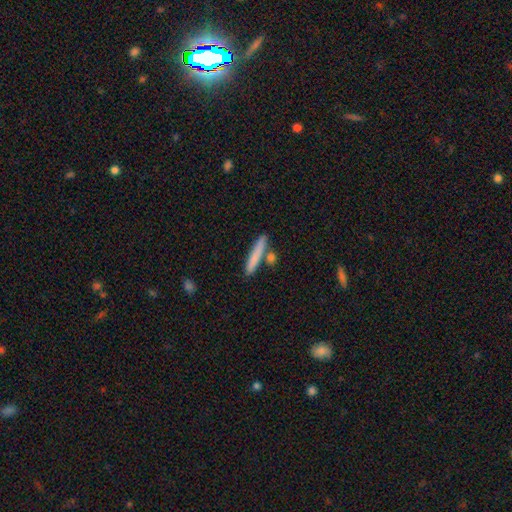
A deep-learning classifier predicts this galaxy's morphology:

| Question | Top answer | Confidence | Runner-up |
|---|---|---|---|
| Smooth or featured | smooth | 77% | featured or disk (17%) |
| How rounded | cigar-shaped | 92% | in between (6%) |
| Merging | none | 77% | merger (11%) |